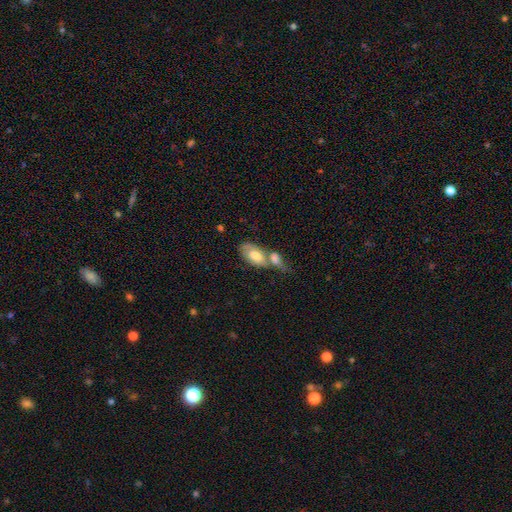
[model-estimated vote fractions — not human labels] Overall: smooth (62%; featured or disk 31%). How rounded: in between (91%). Merging: merger (61%; none 21%).